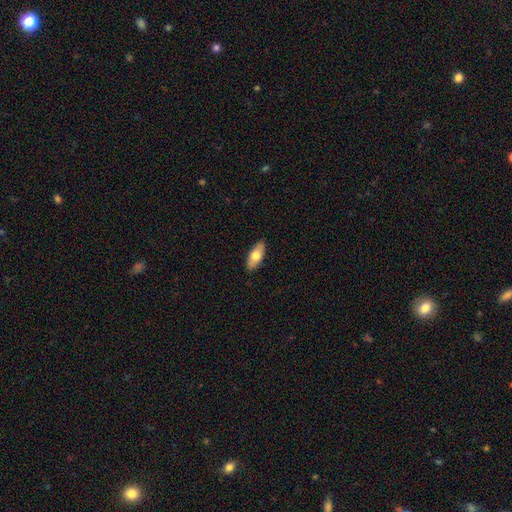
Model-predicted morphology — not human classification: smooth 69%, featured or disk 25%, star or artifact 6%. Down the decision tree: how rounded — in between (82%); merging — none (89%).